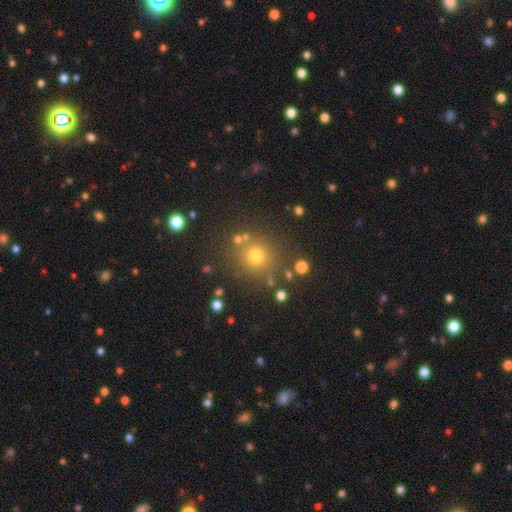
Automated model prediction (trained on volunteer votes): Smooth or featured?
  - smooth: 69% *
  - star or artifact: 22%
  - featured or disk: 9%
How rounded?
  - round: 92% *
  - in between: 7%
  - cigar-shaped: 1%
Merging?
  - none: 81% *
  - minor disturbance: 9%
  - merger: 6%
  - major disturbance: 4%